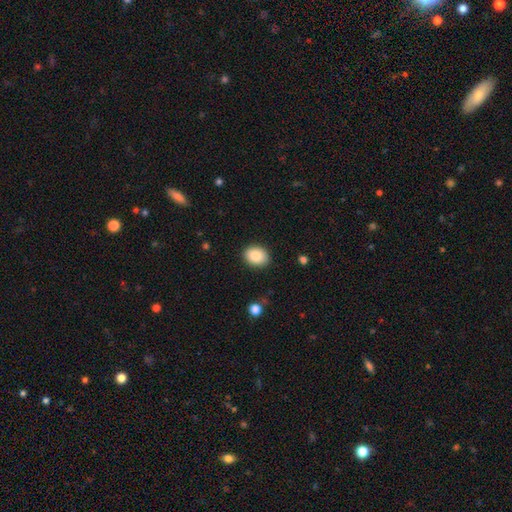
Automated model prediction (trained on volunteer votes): Smooth or featured? Predicted: smooth (p=0.86). How rounded? Predicted: in between (p=0.58). Merging? Predicted: none (p=0.88).